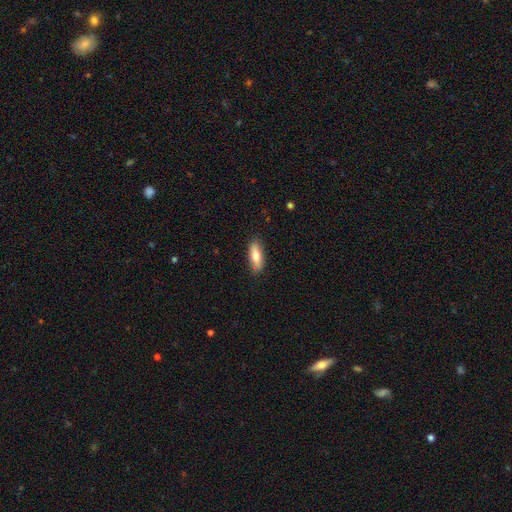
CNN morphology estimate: type=smooth (73%); roundness=in between (57%); merging=none (86%).